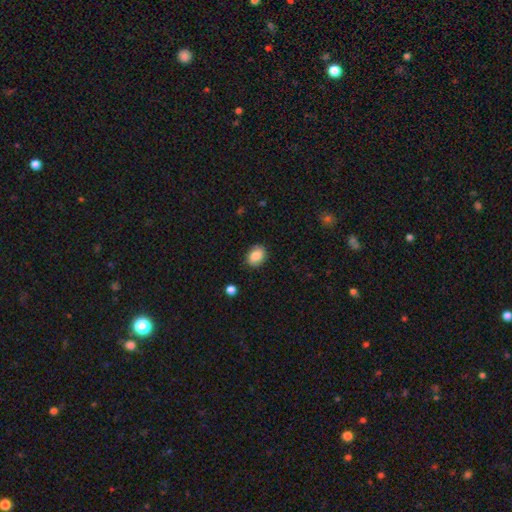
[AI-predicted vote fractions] A smooth galaxy with no disk features (85%) that is in between round and cigar-shaped (66%). Merging: none (86%).